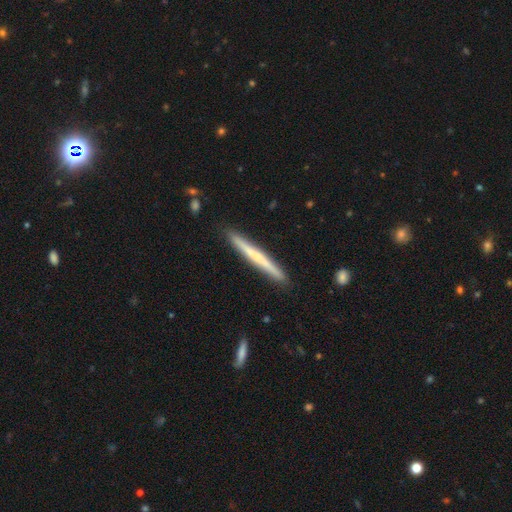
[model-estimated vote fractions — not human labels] This appears to be a smooth galaxy with no disk features (47%). Merging: none (90%).